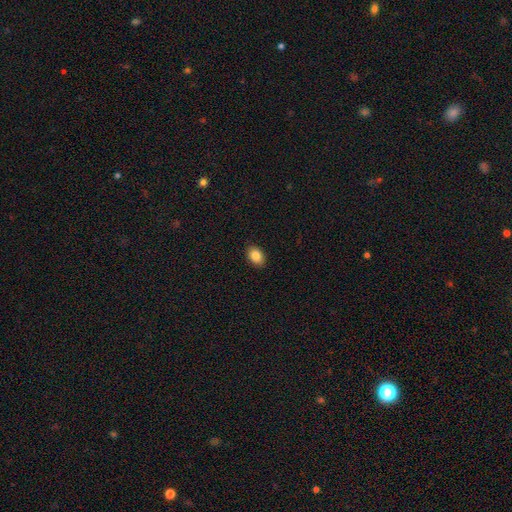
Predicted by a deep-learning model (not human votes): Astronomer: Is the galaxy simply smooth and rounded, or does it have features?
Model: smooth — 84%.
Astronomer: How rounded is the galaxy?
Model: in between — 81%.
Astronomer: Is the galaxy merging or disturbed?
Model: none — 90%.